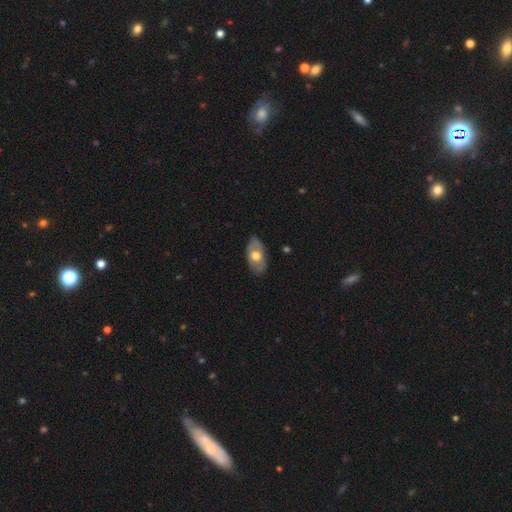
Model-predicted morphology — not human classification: type=smooth (52%); roundness=in between (91%); merging=none (77%).